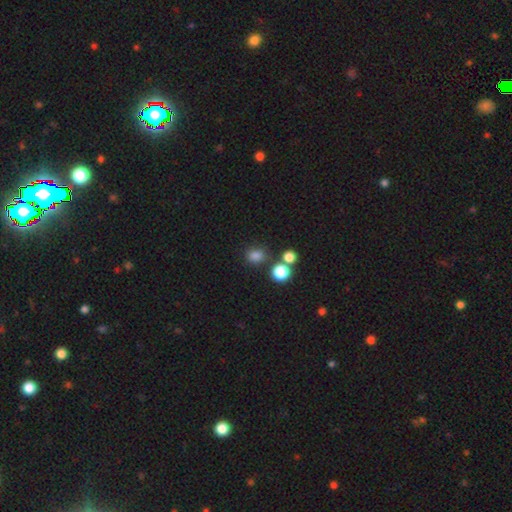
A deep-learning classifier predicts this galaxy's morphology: Smooth or featured: smooth — 80% (star or artifact — 16%)
How rounded: round — 69% (in between — 30%)
Merging: none — 72% (merger — 13%)